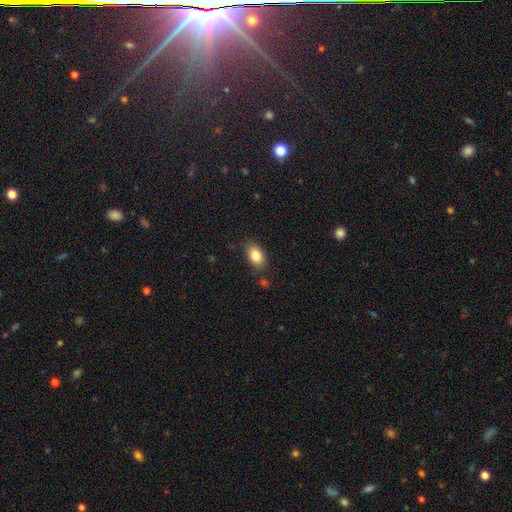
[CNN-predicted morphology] Smooth or featured? smooth (83%)
How rounded? in between (90%)
Merging? none (79%)